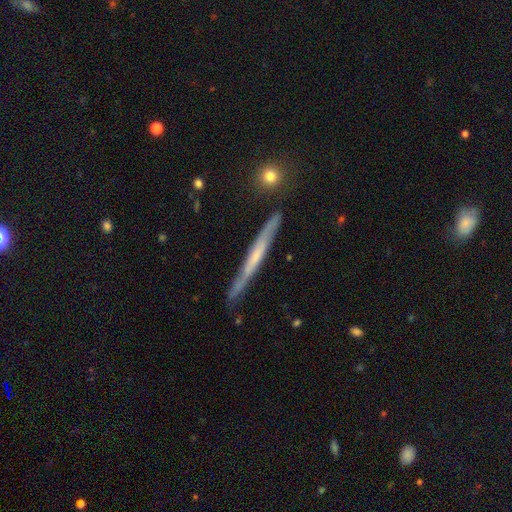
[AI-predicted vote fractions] Overall: featured or disk (61%; smooth 33%). Edge-on disk: yes (92%). Edge-on bulge: none (73%). Merging: none (77%).